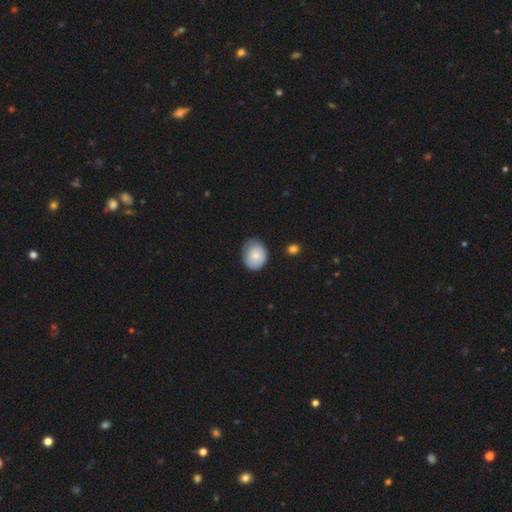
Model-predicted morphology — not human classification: This appears to be a smooth galaxy with no disk features (82%) that is round (50%). Merging: none (67%).